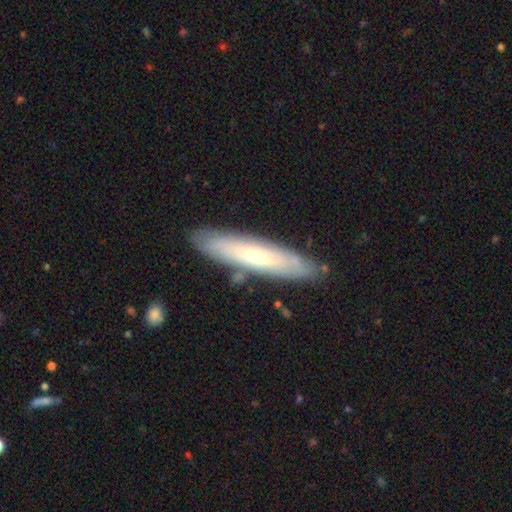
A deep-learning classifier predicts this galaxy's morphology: A featured or disk galaxy (54%) viewed edge-on (52%). Merging: none (83%).